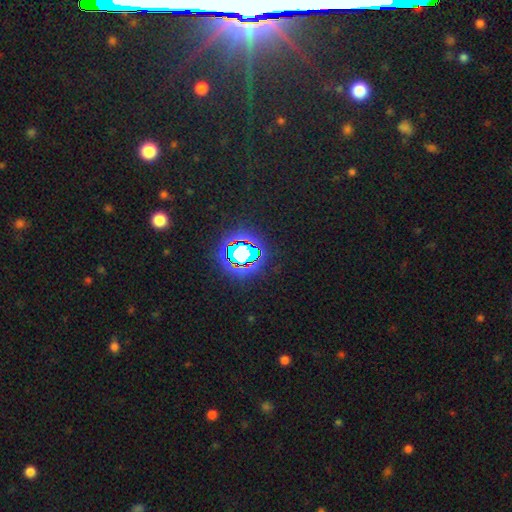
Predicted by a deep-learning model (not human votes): Q: Smooth or featured?
A: star or artifact (80%); runner-up: smooth (10%)